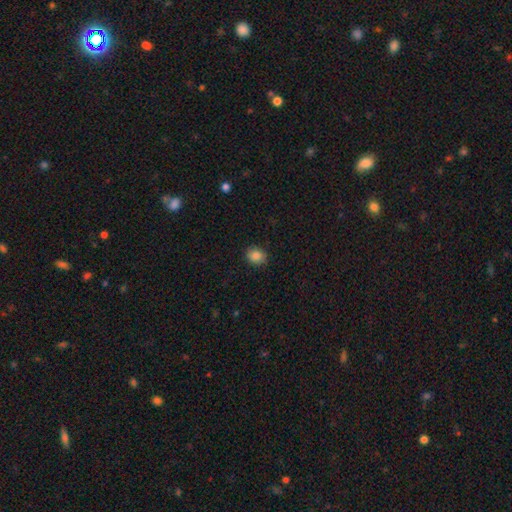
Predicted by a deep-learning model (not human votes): Smooth or featured? Predicted: smooth (p=0.86). How rounded? Predicted: round (p=0.63). Merging? Predicted: none (p=0.88).